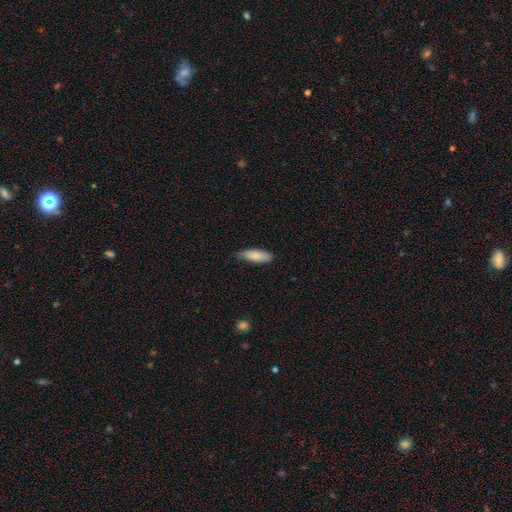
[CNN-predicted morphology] This appears to be a smooth galaxy with no disk features (84%) that is in between round and cigar-shaped (72%). Merging: none (72%).